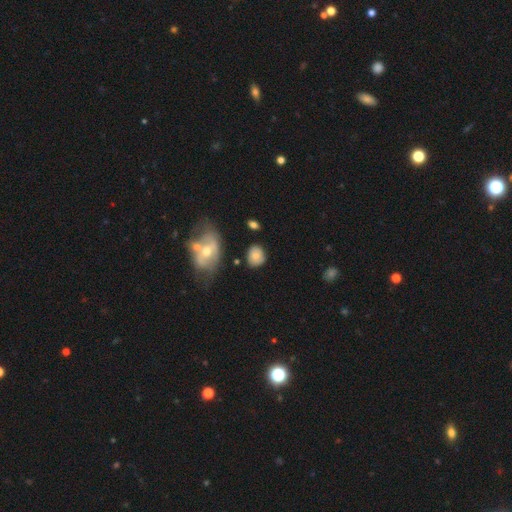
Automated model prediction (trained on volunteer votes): This is likely a smooth galaxy (72%). How rounded: likely round (63%). Merging: likely none (69%).